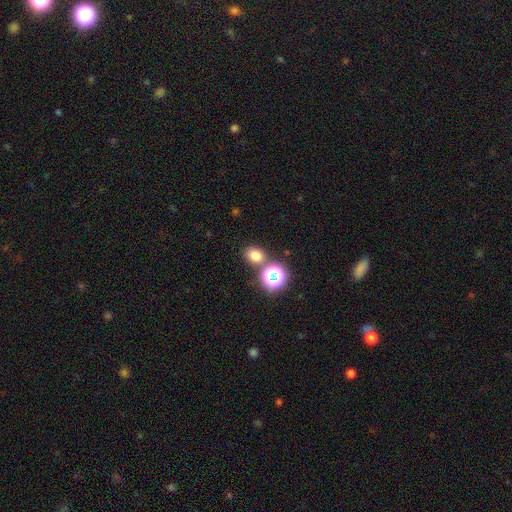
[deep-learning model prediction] Smooth or featured? smooth (74%)
How rounded? round (56%)
Merging? none (74%)